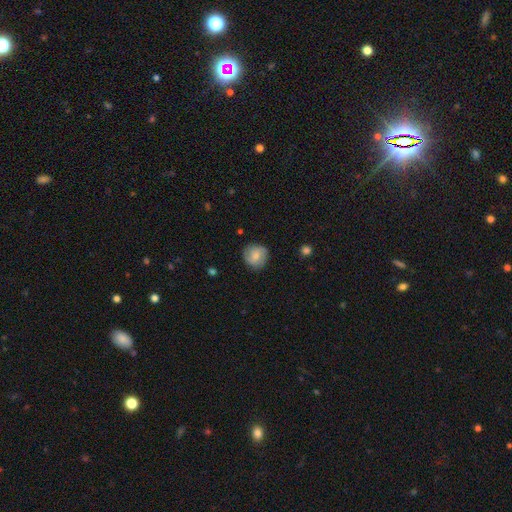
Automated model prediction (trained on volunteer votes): Smooth or featured? Predicted: smooth (p=0.72). How rounded? Predicted: round (p=0.90). Merging? Predicted: none (p=0.83).